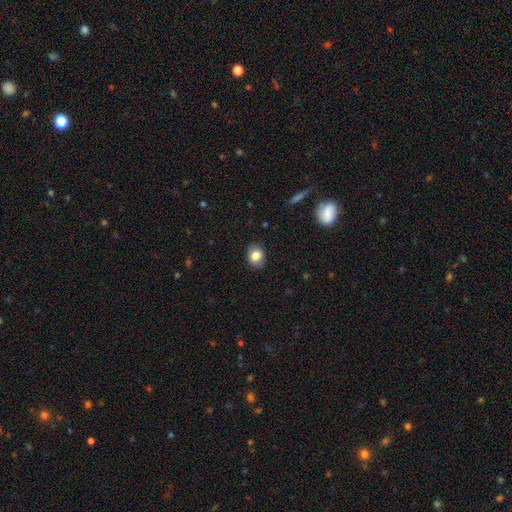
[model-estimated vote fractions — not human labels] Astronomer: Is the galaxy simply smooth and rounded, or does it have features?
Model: smooth — 82%.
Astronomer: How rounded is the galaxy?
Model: in between — 55% (runner-up: round, 44%).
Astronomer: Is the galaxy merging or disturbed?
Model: none — 87%.